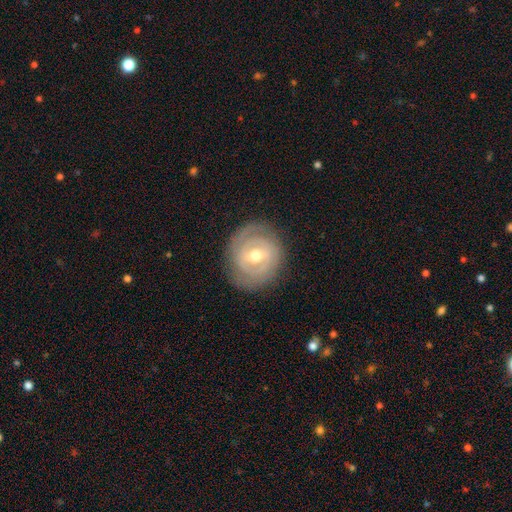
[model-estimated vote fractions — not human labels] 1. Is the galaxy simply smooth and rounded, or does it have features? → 77% featured or disk, 18% smooth, 5% star or artifact.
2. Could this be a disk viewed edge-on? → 96% no, 4% yes.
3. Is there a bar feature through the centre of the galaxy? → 51% weak, 26% no, 23% strong.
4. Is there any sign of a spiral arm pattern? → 80% yes, 20% no.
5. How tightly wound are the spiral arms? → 71% tight, 22% medium, 7% loose.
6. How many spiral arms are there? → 54% 2, 27% can't tell, 9% 3, 4% 1, 3% 4, 2% more than 4.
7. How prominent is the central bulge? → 69% moderate, 26% small, 3% large, 1% none, 1% dominant.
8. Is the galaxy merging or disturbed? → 82% none, 12% minor disturbance, 4% major disturbance, 1% merger.